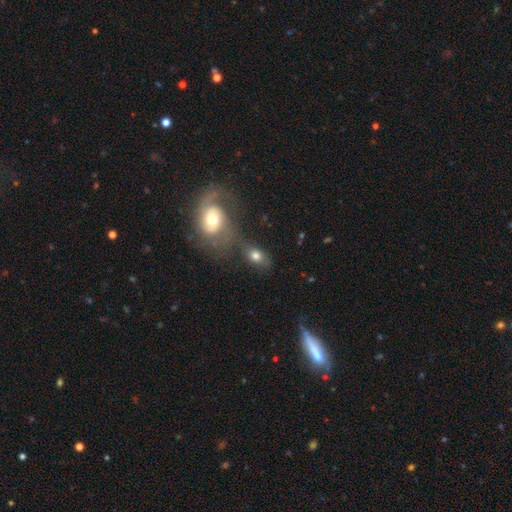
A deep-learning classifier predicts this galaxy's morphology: Smooth or featured: smooth — 70% (featured or disk — 20%)
How rounded: in between — 76% (round — 22%)
Merging: none — 49% (merger — 27%)